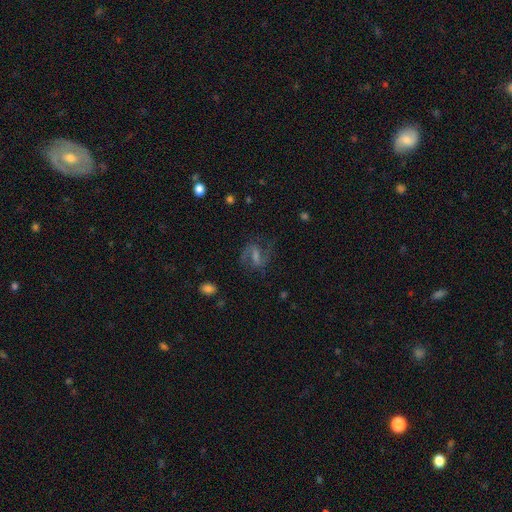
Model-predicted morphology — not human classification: This appears to be a featured or disk galaxy (75%) with a weak bar (45%), 2 (88%) medium (54%) spiral arms (94%) and a small central bulge (36%). Merging: none (75%).